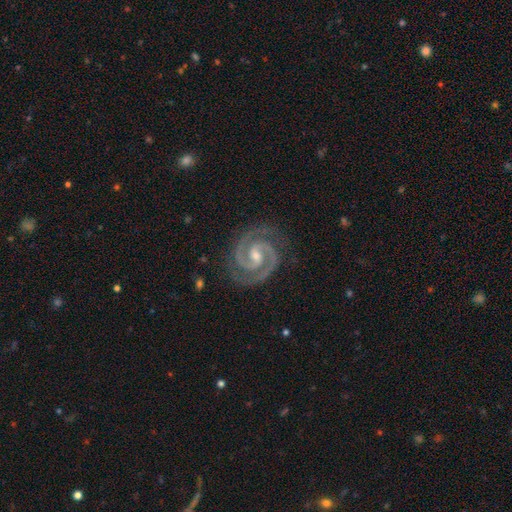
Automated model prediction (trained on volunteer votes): This is clearly a featured or disk galaxy (94%). It is clearly not viewed edge-on (98%). Bar: possibly weak (45%). Spiral arm pattern: clearly yes (99%). Spiral arm count: clearly 2 (94%). Spiral winding: likely tight (62%). Central bulge: possibly moderate (50%). Merging: clearly none (85%).